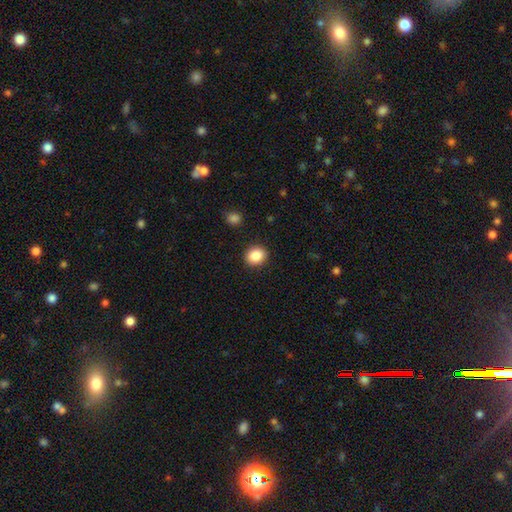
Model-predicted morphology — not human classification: smooth-or-featured: smooth: 87% | star or artifact: 9% | featured or disk: 4%
  how-rounded: round: 71% | in between: 29% | cigar-shaped: 1%
  merging: none: 90% | minor disturbance: 7% | major disturbance: 2% | merger: 1%